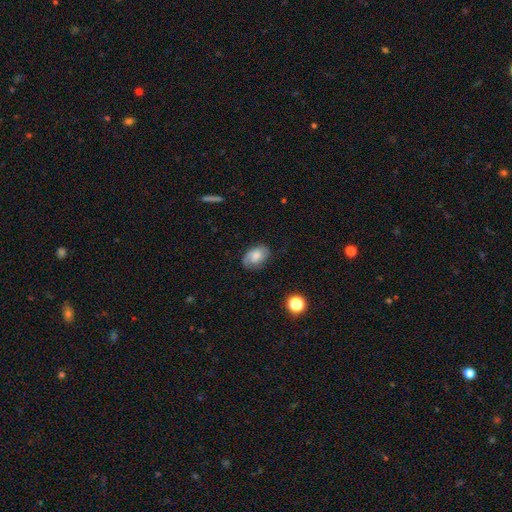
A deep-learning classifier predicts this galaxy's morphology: Smooth or featured: smooth — 52% (featured or disk — 39%)
How rounded: in between — 84% (round — 15%)
Merging: none — 70% (minor disturbance — 22%)